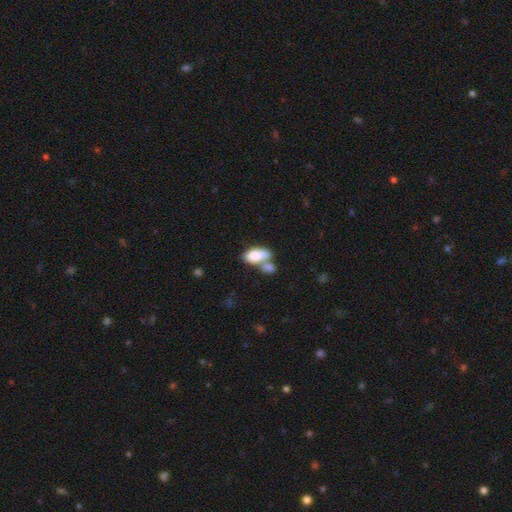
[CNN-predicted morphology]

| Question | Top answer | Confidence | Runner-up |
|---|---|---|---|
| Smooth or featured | smooth | 79% | featured or disk (14%) |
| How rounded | in between | 92% | round (4%) |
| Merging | merger | 53% | none (28%) |